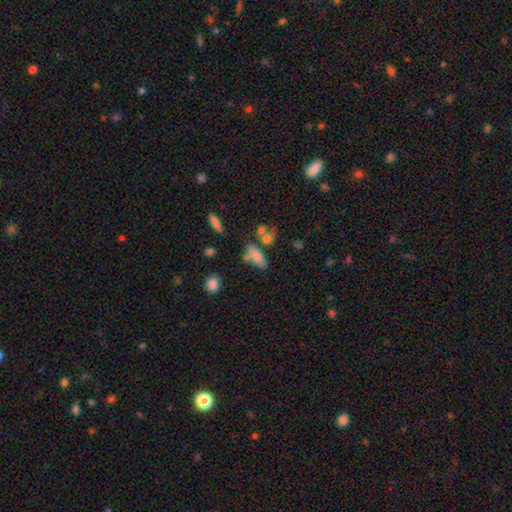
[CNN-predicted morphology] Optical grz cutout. It shows a smooth galaxy with no disk features (75%) that is in between round and cigar-shaped (67%). Merging: none (44%).